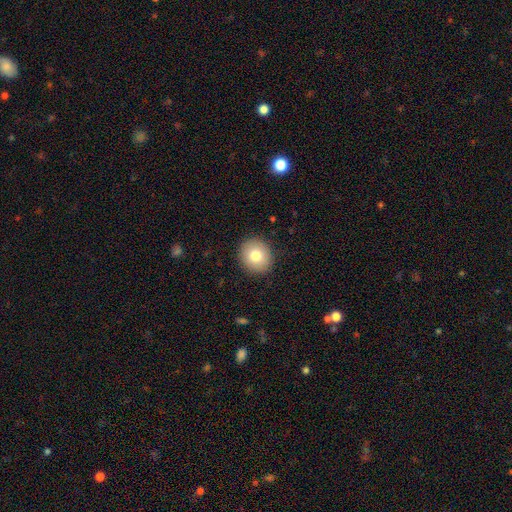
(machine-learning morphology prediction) This appears to be a smooth galaxy with no disk features (79%) that is round (83%). Merging: none (91%).